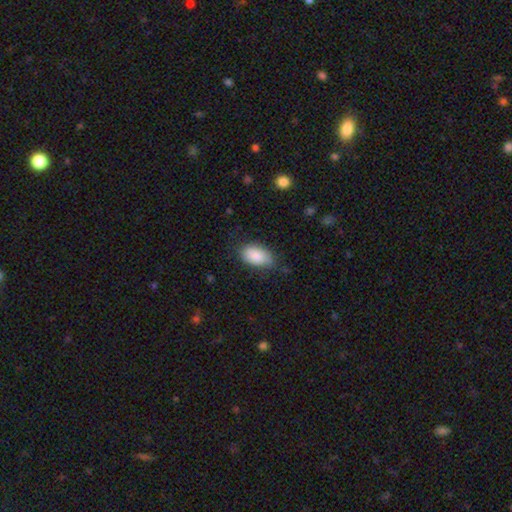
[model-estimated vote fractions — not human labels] Smooth or featured: smooth — 87% (featured or disk — 7%)
How rounded: in between — 93% (round — 5%)
Merging: none — 68% (minor disturbance — 25%)